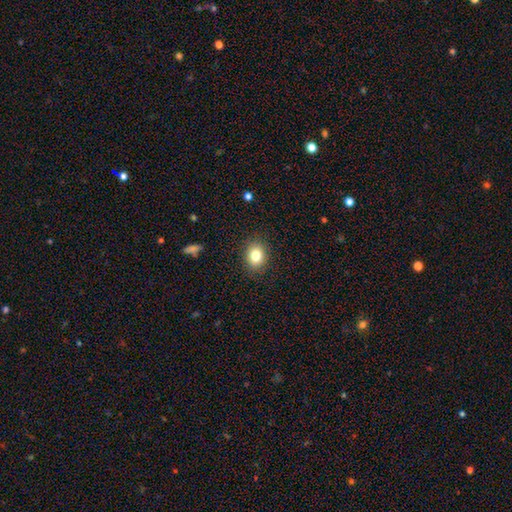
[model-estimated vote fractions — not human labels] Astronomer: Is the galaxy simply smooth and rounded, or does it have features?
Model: smooth — 81%.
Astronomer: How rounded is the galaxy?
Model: in between — 54% (runner-up: round, 45%).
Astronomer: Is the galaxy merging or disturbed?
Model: none — 88%.